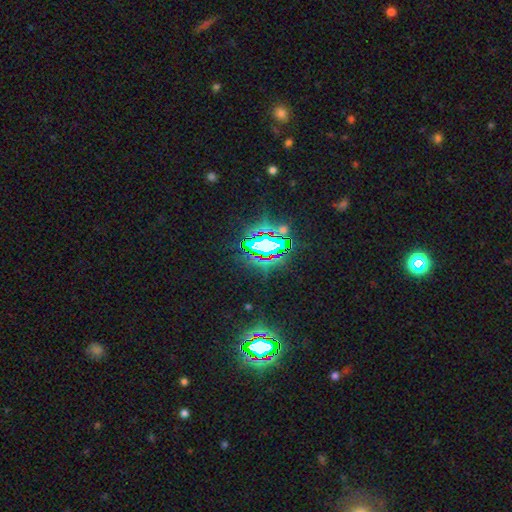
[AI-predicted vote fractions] This appears to be a star or artifact, not a galaxy (80%).